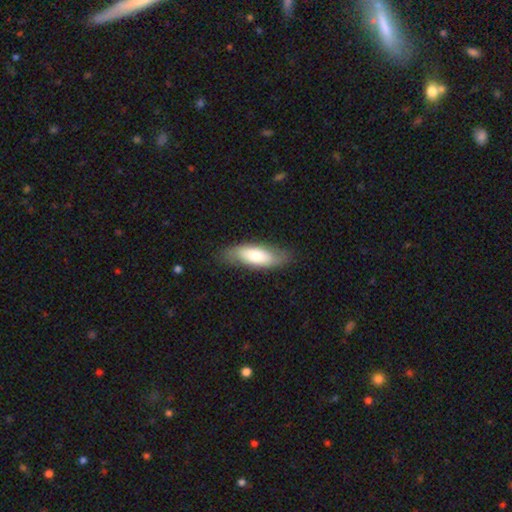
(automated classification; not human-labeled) Overall: smooth (64%; featured or disk 30%). How rounded: in between (69%). Merging: none (78%).